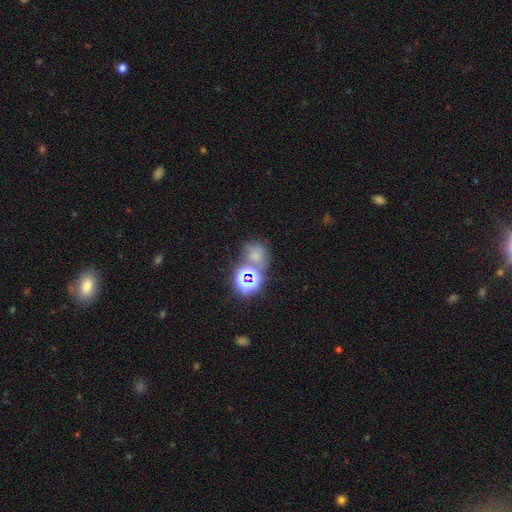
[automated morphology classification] Smooth or featured? smooth (53%)
How rounded? round (69%)
Merging? none (49%)